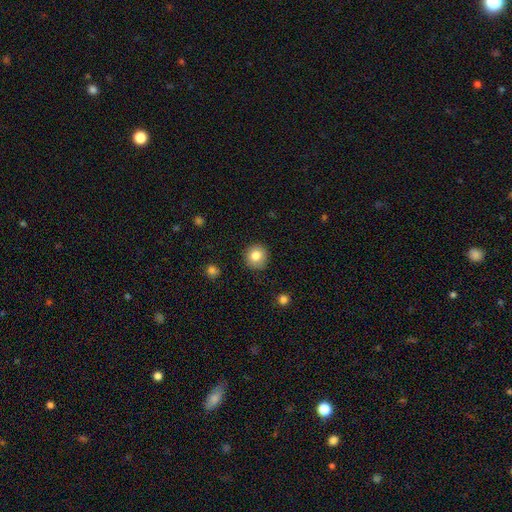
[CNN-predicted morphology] This appears to be a smooth galaxy with no disk features (83%) that is round (92%). Merging: none (88%).